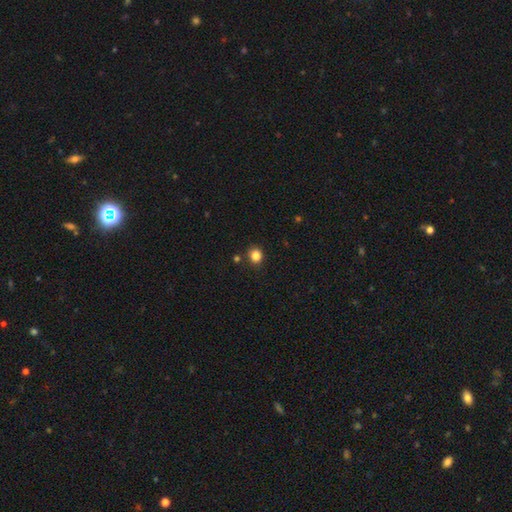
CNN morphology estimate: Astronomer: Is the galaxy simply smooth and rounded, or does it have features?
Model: smooth — 84%.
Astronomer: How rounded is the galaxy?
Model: round — 79%.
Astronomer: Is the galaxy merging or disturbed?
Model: none — 86%.